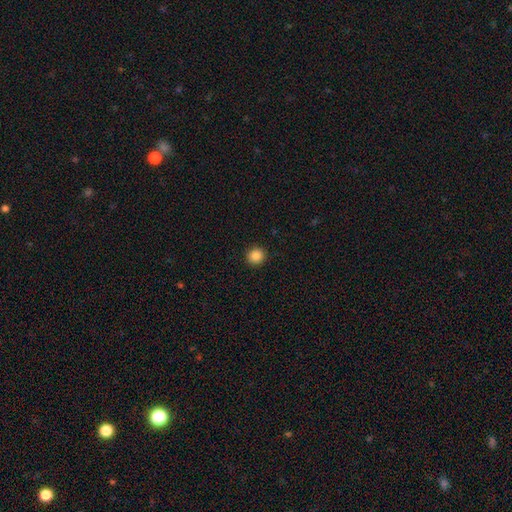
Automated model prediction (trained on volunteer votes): A smooth galaxy with no disk features (86%) that is round (93%). Merging: none (93%).